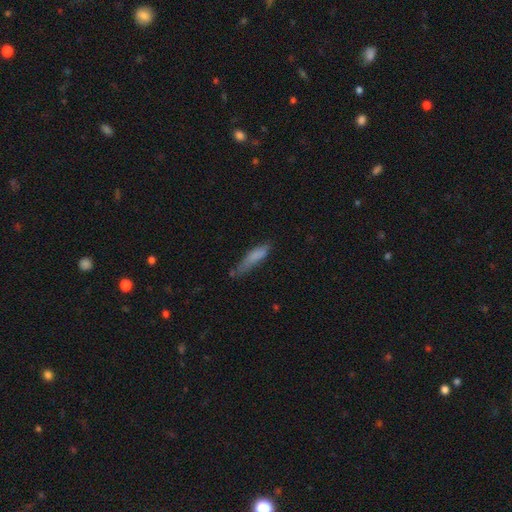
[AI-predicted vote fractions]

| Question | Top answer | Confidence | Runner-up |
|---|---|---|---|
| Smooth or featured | smooth | 78% | featured or disk (14%) |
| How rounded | cigar-shaped | 77% | in between (22%) |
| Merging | none | 52% | minor disturbance (33%) |